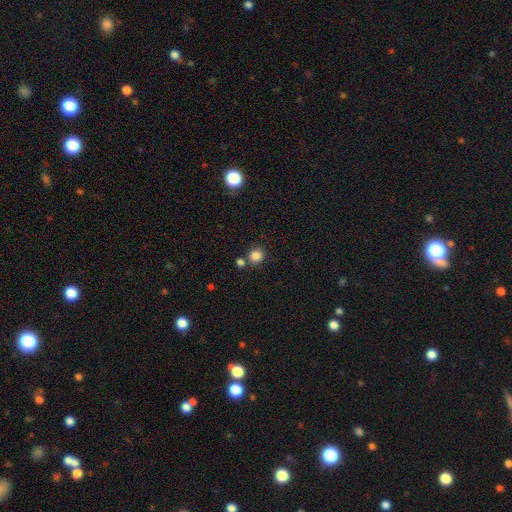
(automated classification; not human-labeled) smooth_or_featured: smooth (p=0.84) [alt: star or artifact p=0.12]
how_rounded: round (p=0.90) [alt: in between p=0.09]
merging: none (p=0.72) [alt: merger p=0.17]